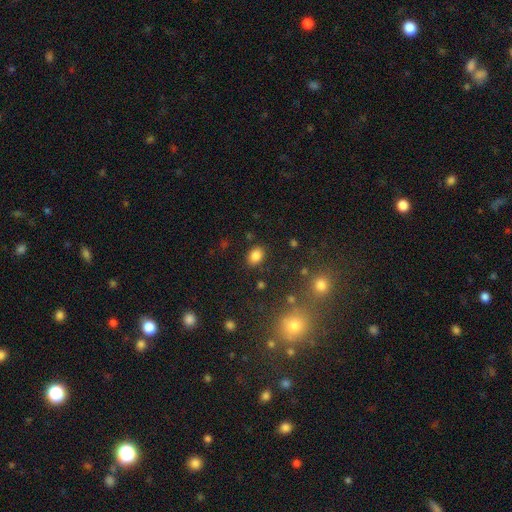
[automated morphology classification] This appears to be a smooth galaxy with no disk features (83%) that is in between round and cigar-shaped (70%). Merging: none (85%).